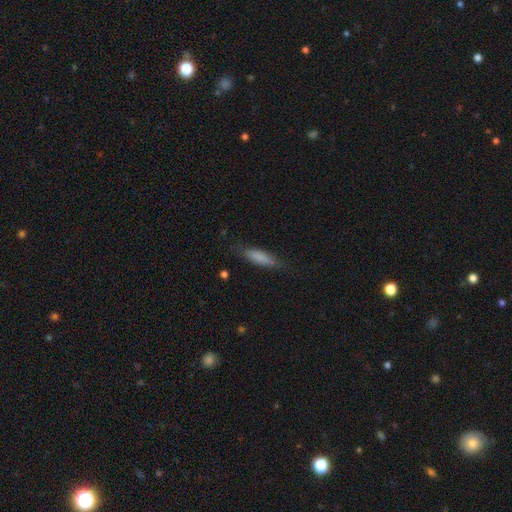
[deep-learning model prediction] Smooth or featured? Predicted: smooth (p=0.74). How rounded? Predicted: cigar-shaped (p=0.71). Merging? Predicted: none (p=0.79).